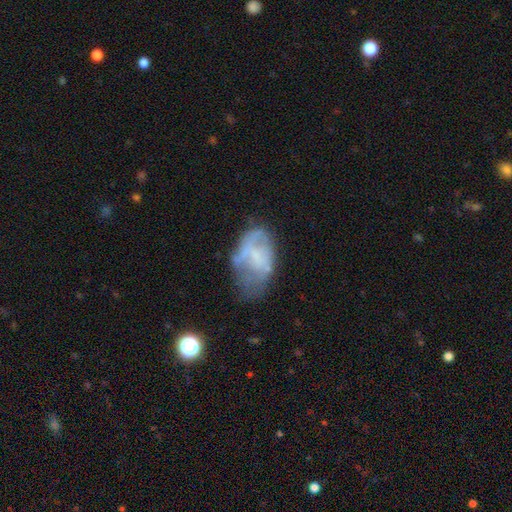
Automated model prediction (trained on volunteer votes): A featured or disk galaxy (52%). Merging: none (36%).